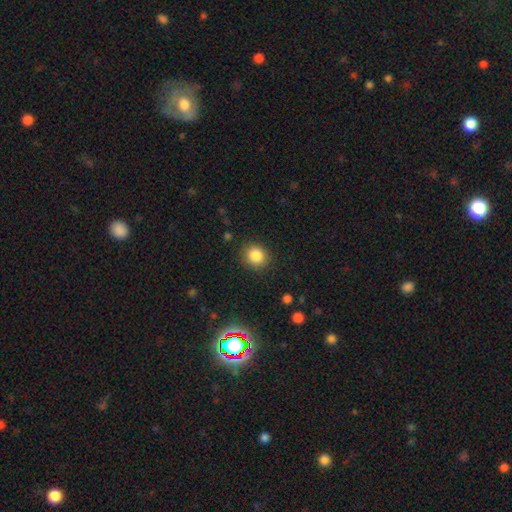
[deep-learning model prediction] Overall: smooth (85%). How rounded: round (80%). Merging: none (88%).